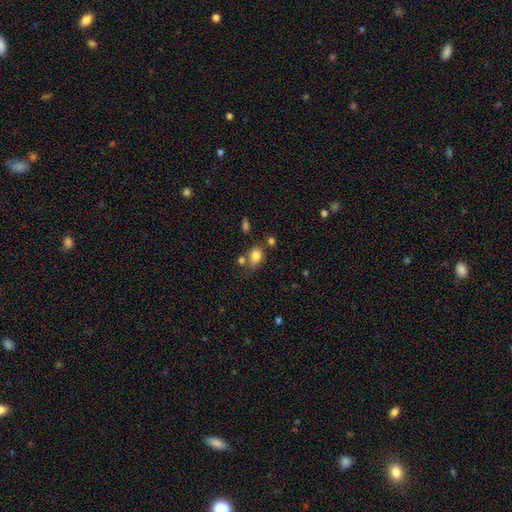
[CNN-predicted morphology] smooth 82%, star or artifact 10%, featured or disk 8%. Down the decision tree: how rounded — in between (67%); merging — none (57%).